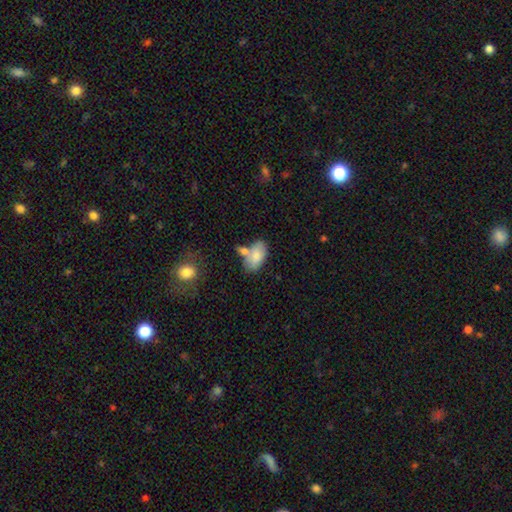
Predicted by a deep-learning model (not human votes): This is likely a smooth galaxy (79%). How rounded: clearly in between (93%). Merging: possibly none (46%).